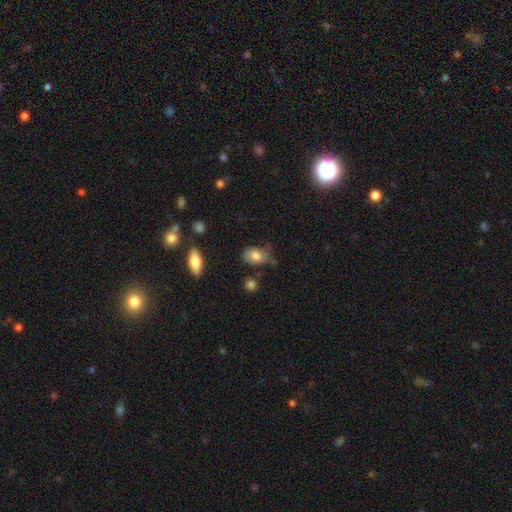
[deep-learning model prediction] The model was most divided on "merging": none: 50%, minor disturbance: 35%, major disturbance: 11%, merger: 4%. More confident: how rounded — in between (84%); smooth or featured — smooth (76%).